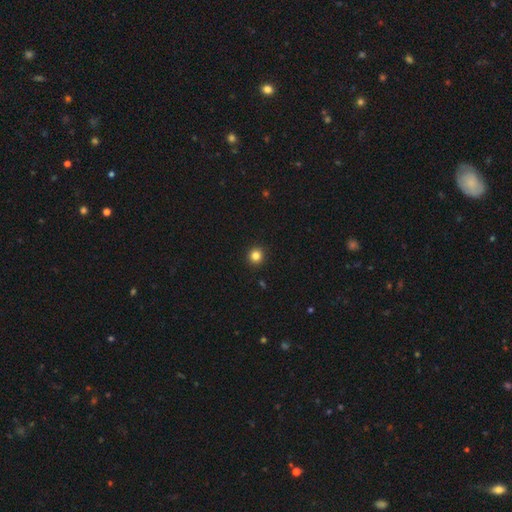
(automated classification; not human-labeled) Smooth or featured? Predicted: smooth (p=0.83). How rounded? Predicted: round (p=0.94). Merging? Predicted: none (p=0.93).